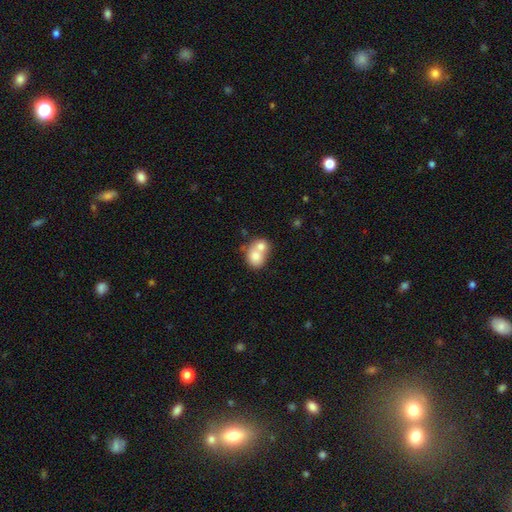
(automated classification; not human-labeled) smooth 71%, featured or disk 20%, star or artifact 8%. Down the decision tree: how rounded — round (56%); merging — merger (68%).